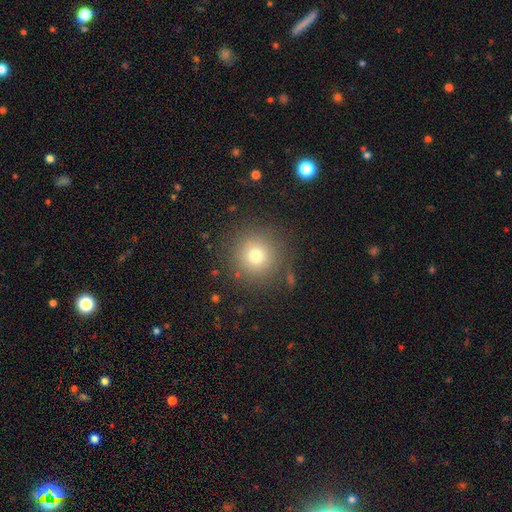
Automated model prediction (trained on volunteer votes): Overall: smooth (75%). How rounded: round (95%). Merging: none (86%).